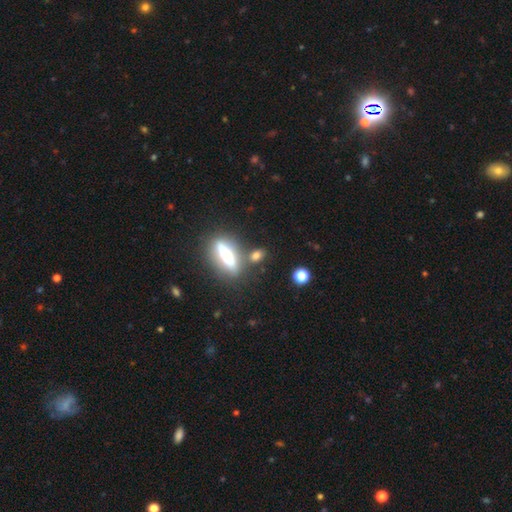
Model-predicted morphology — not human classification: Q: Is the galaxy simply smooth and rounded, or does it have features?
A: smooth — 63%.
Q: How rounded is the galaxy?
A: in between — 49%.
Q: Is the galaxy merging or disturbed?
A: none — 64%.